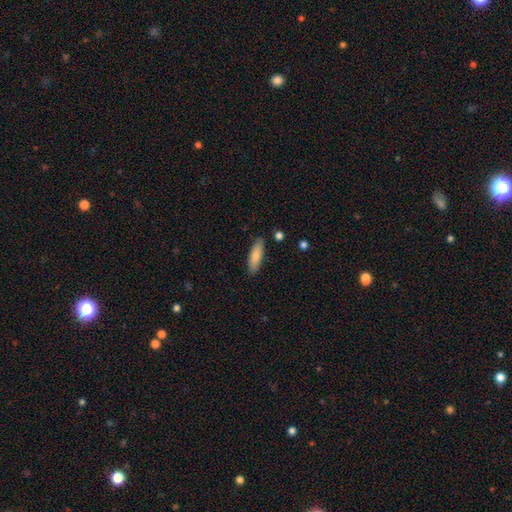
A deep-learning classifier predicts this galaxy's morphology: Smooth or featured?
  - smooth: 83% *
  - featured or disk: 11%
  - star or artifact: 6%
How rounded?
  - cigar-shaped: 57% *
  - in between: 41%
  - round: 2%
Merging?
  - none: 87% *
  - minor disturbance: 9%
  - major disturbance: 2%
  - merger: 2%